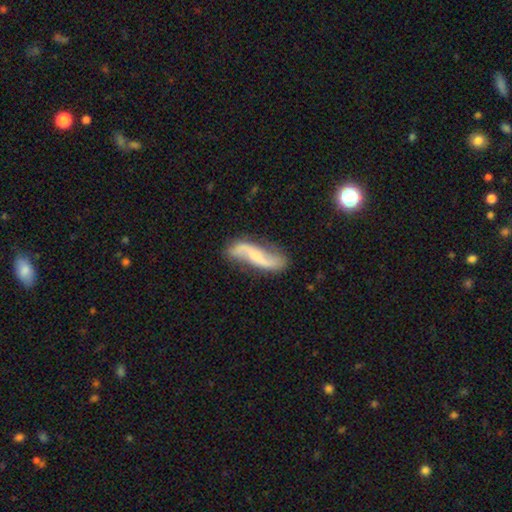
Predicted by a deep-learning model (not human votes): Smooth or featured? featured or disk (77%)
Edge-on disk? no (90%)
Bar? no (45%)
Spiral arms? yes (93%)
Spiral winding? loose (83%)
Spiral arm count? 2 (92%)
Bulge size? small (54%)
Merging? none (72%)